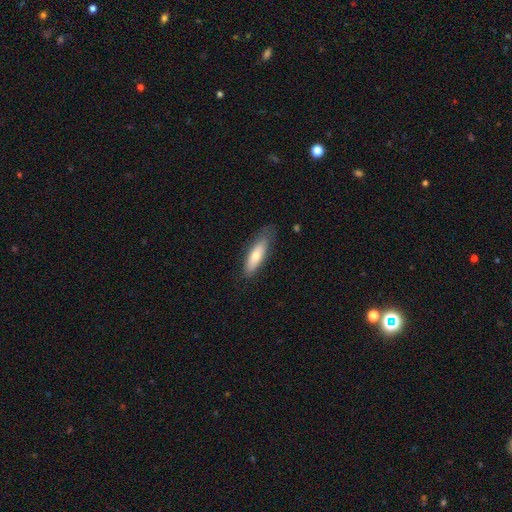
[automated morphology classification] Smooth or featured? smooth (67%)
How rounded? cigar-shaped (57%)
Merging? none (69%)